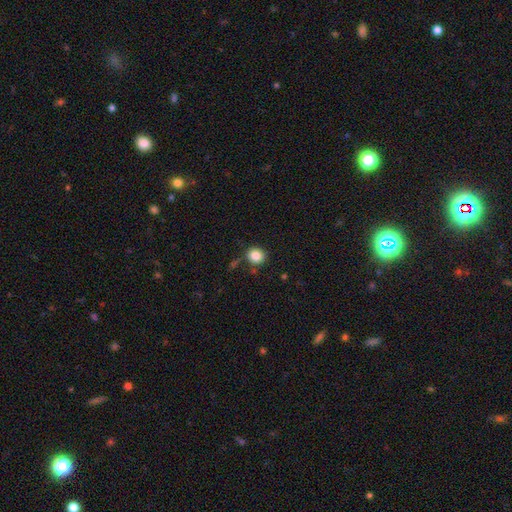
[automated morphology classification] smooth_or_featured: smooth (p=0.85) [alt: star or artifact p=0.10]
how_rounded: round (p=0.84) [alt: in between p=0.15]
merging: none (p=0.82) [alt: minor disturbance p=0.10]